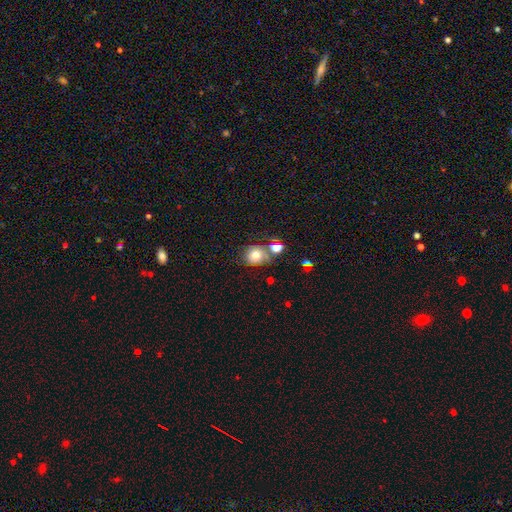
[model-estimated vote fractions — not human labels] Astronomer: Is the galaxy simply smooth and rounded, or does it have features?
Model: smooth — 72%.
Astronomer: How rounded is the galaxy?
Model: round — 74%.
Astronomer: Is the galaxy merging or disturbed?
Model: none — 51%.